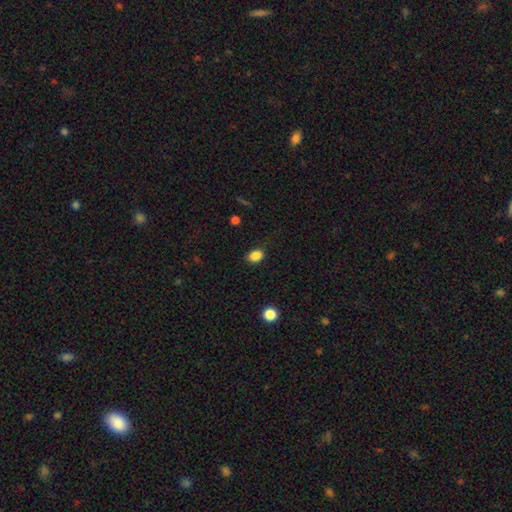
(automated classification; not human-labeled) Smooth or featured? smooth (87%)
How rounded? in between (71%)
Merging? none (80%)